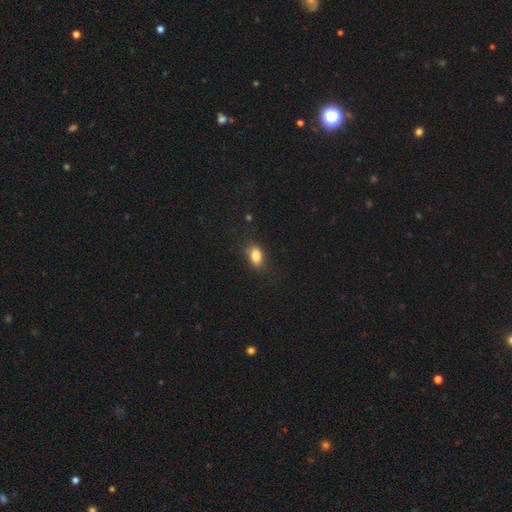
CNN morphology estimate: Q: Smooth or featured?
A: smooth (85%); runner-up: star or artifact (9%)
Q: How rounded?
A: in between (86%); runner-up: round (11%)
Q: Merging?
A: none (79%); runner-up: minor disturbance (16%)